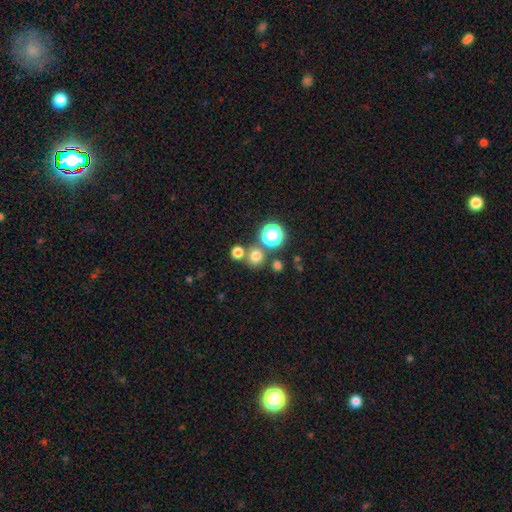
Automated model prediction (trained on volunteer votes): This is likely a smooth galaxy (72%). How rounded: clearly round (88%). Merging: likely none (70%).